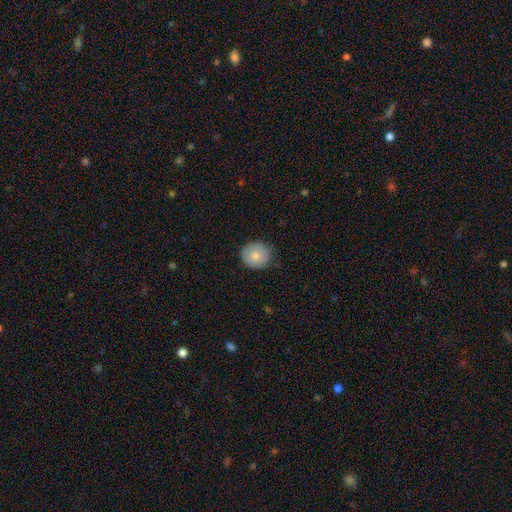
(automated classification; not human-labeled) smooth-or-featured: smooth: 78% | featured or disk: 15% | star or artifact: 7%
  how-rounded: round: 88% | in between: 11% | cigar-shaped: 1%
  merging: none: 81% | minor disturbance: 15% | major disturbance: 3% | merger: 1%